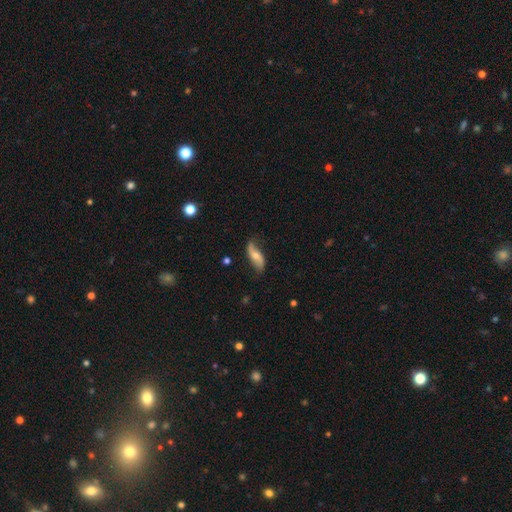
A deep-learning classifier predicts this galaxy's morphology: Q: Smooth or featured?
A: featured or disk (60%); runner-up: smooth (34%)
Q: Edge-on disk?
A: no (86%); runner-up: yes (14%)
Q: Bar?
A: no (59%); runner-up: weak (28%)
Q: Spiral arms?
A: yes (88%); runner-up: no (12%)
Q: Bulge size?
A: moderate (50%); runner-up: small (39%)
Q: Merging?
A: none (65%); runner-up: minor disturbance (25%)